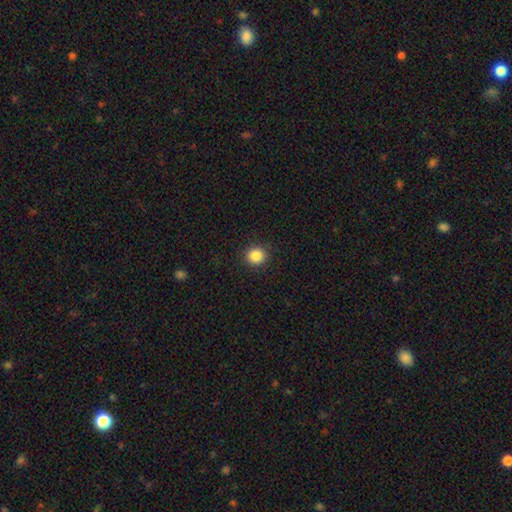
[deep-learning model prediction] This appears to be a smooth galaxy with no disk features (86%) that is round (88%). Merging: none (91%).